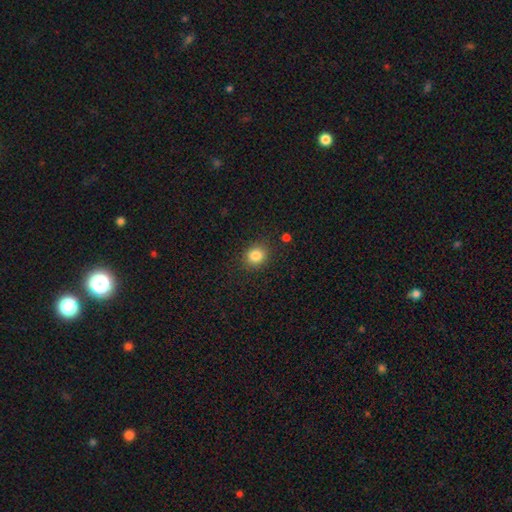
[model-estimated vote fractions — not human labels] Smooth or featured? Predicted: smooth (p=0.84). How rounded? Predicted: round (p=0.76). Merging? Predicted: none (p=0.87).